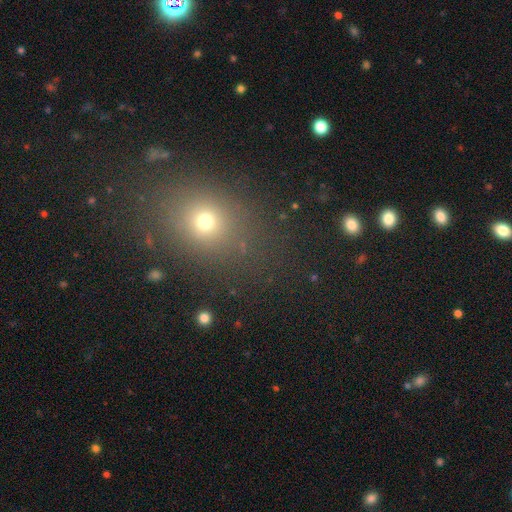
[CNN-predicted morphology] type=smooth (60%); roundness=round (54%); merging=none (85%).